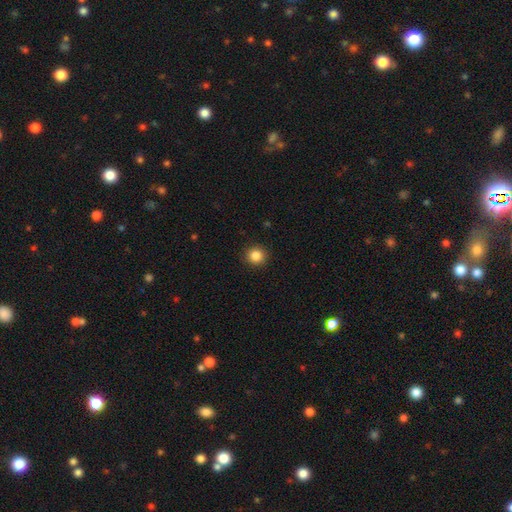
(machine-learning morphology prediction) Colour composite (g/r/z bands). It shows a smooth galaxy with no disk features (85%) that is round (93%). Merging: none (92%).